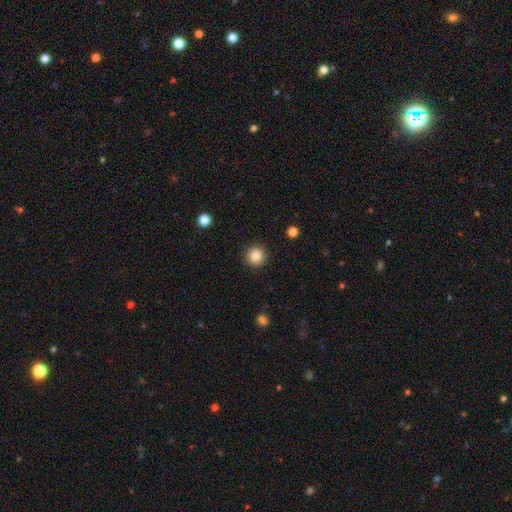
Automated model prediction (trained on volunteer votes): Smooth or featured?
  - smooth: 86% *
  - star or artifact: 10%
  - featured or disk: 4%
How rounded?
  - round: 95% *
  - in between: 4%
  - cigar-shaped: 1%
Merging?
  - none: 92% *
  - minor disturbance: 5%
  - major disturbance: 2%
  - merger: 1%